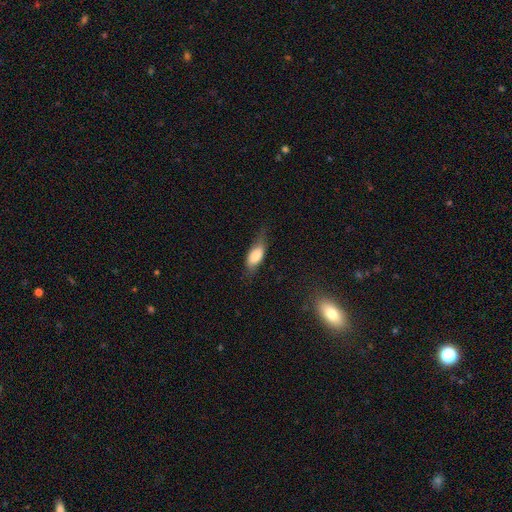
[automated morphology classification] A smooth galaxy with no disk features (76%) that is in between round and cigar-shaped (80%). Merging: none (52%).